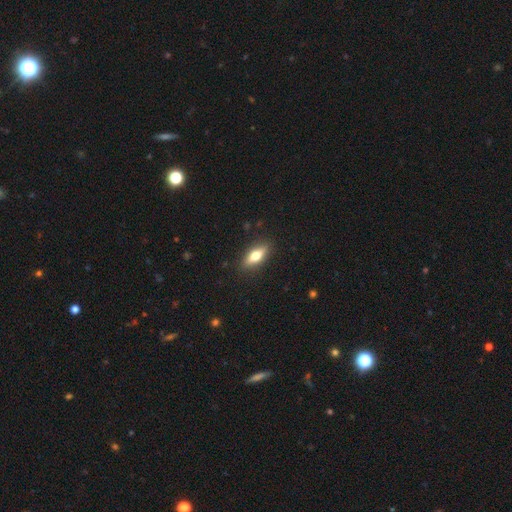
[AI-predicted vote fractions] Smooth or featured: smooth — 58% (featured or disk — 35%)
How rounded: in between — 64% (cigar-shaped — 32%)
Merging: none — 87% (minor disturbance — 9%)